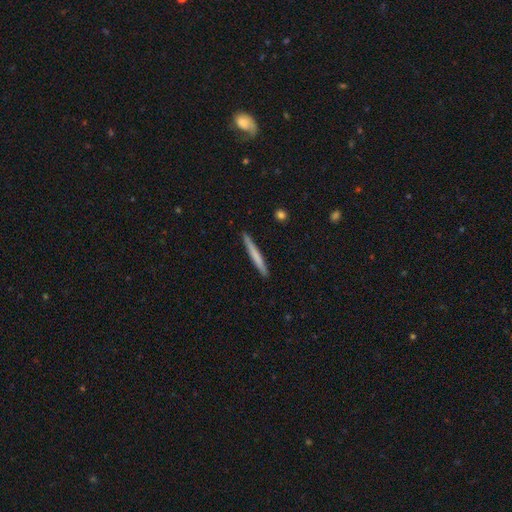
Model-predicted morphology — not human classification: Smooth or featured?
  - smooth: 65% *
  - featured or disk: 29%
  - star or artifact: 5%
How rounded?
  - cigar-shaped: 97% *
  - in between: 2%
  - round: 1%
Merging?
  - none: 91% *
  - minor disturbance: 7%
  - major disturbance: 1%
  - merger: 1%